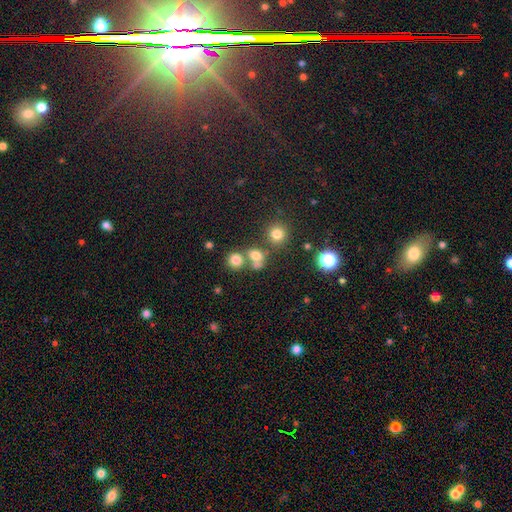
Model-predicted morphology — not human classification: Overall: smooth (72%). How rounded: round (75%). Merging: none (53%; merger 33%).